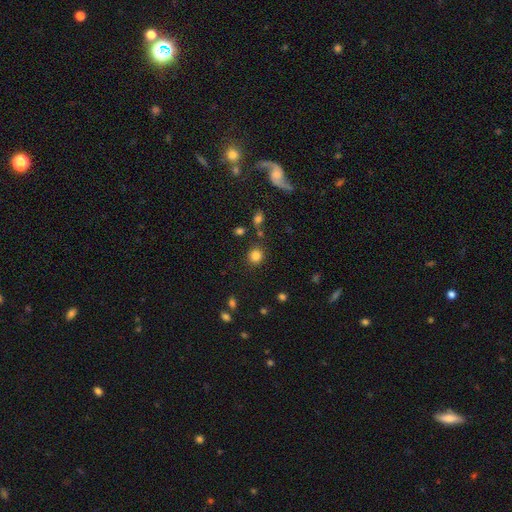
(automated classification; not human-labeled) smooth_or_featured: smooth (p=0.83) [alt: star or artifact p=0.12]
how_rounded: round (p=0.87) [alt: in between p=0.12]
merging: none (p=0.82) [alt: minor disturbance p=0.09]